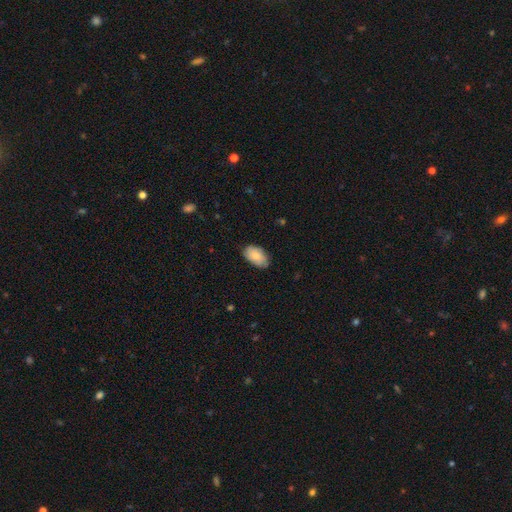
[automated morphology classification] This is likely a smooth galaxy (68%). How rounded: clearly in between (93%). Merging: likely none (78%).